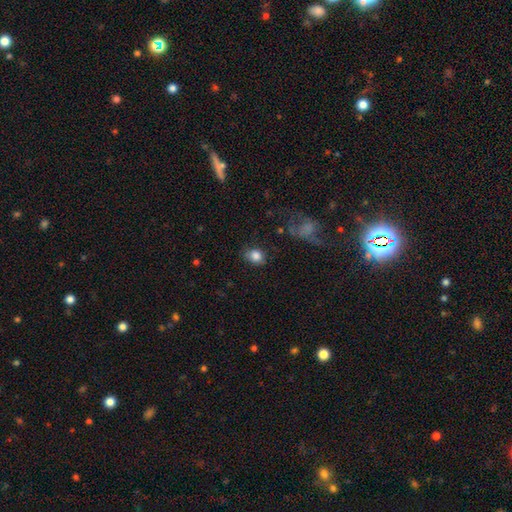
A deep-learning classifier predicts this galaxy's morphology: Smooth or featured? Predicted: smooth (p=0.84). How rounded? Predicted: round (p=0.53). Merging? Predicted: none (p=0.75).